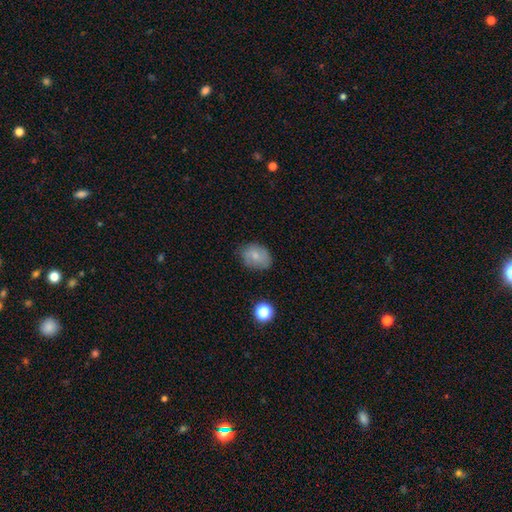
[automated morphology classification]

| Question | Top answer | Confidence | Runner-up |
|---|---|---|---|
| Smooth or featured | smooth | 67% | featured or disk (23%) |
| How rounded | in between | 55% | round (44%) |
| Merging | none | 75% | minor disturbance (19%) |